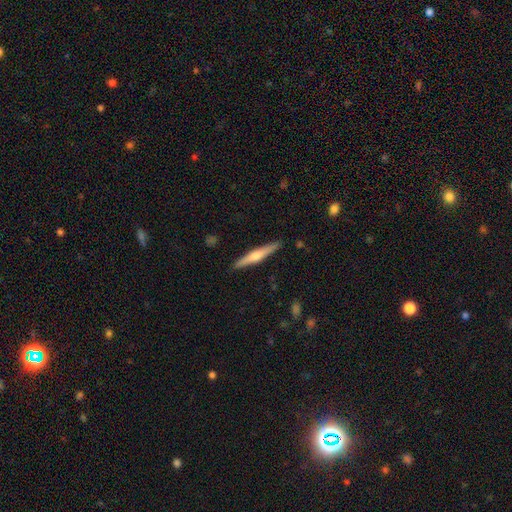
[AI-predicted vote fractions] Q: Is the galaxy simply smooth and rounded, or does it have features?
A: featured or disk — 60%.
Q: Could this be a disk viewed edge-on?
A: yes — 97%.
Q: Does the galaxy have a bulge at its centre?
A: rounded — 85%.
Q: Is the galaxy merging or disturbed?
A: none — 91%.